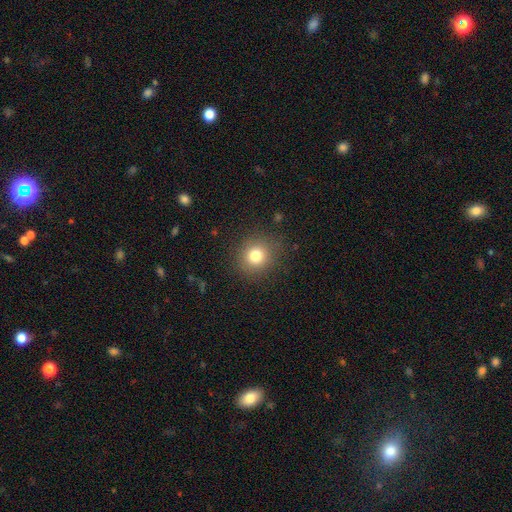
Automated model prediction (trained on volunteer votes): smooth_or_featured: smooth (p=0.79) [alt: star or artifact p=0.13]
how_rounded: round (p=0.89) [alt: in between p=0.10]
merging: none (p=0.87) [alt: minor disturbance p=0.08]